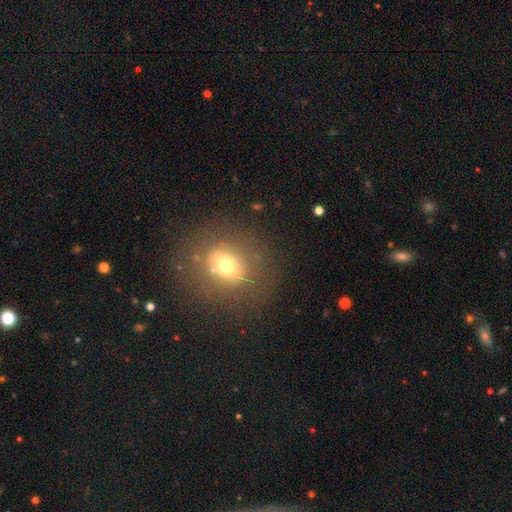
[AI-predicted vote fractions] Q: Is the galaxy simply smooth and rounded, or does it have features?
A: smooth — 58%.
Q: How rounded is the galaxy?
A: round — 73%.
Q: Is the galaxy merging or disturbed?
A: none — 85%.